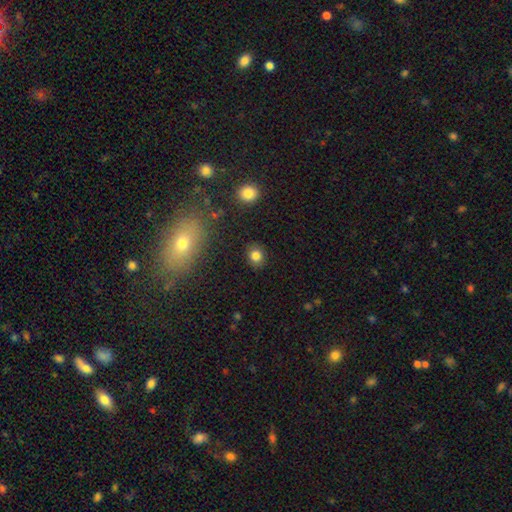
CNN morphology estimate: Overall: smooth (83%). How rounded: round (72%). Merging: none (88%).